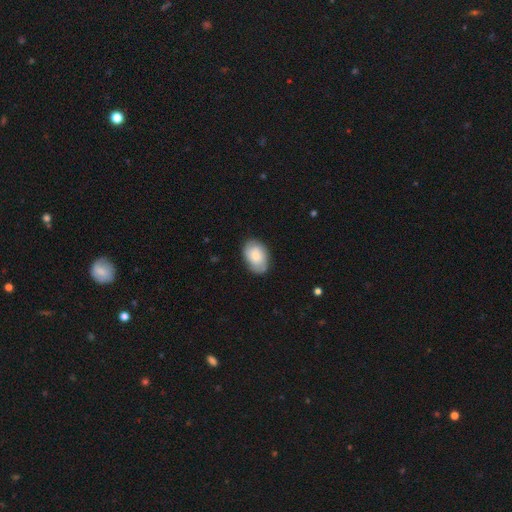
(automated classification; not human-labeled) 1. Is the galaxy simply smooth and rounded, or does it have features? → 76% smooth, 18% featured or disk, 6% star or artifact.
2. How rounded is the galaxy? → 87% in between, 12% round, 1% cigar-shaped.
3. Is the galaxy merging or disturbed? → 79% none, 17% minor disturbance, 3% major disturbance, 1% merger.